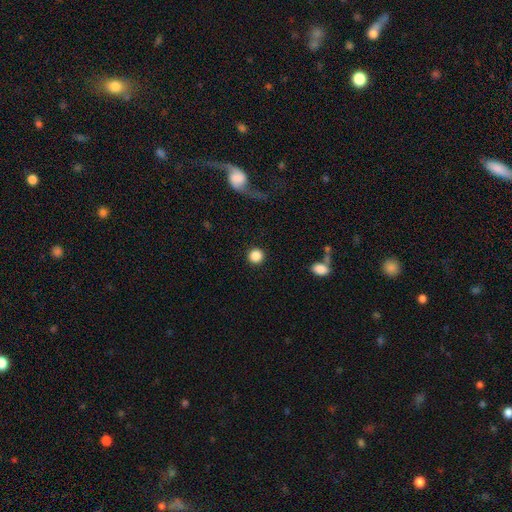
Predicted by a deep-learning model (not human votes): smooth-or-featured: smooth: 88% | star or artifact: 9% | featured or disk: 4%
  how-rounded: round: 95% | in between: 4% | cigar-shaped: 1%
  merging: none: 92% | minor disturbance: 4% | major disturbance: 2% | merger: 1%